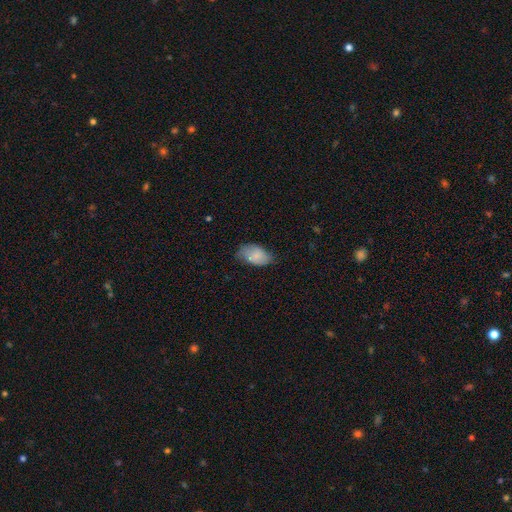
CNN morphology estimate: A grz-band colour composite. It shows a smooth galaxy with no disk features (77%) that is in between round and cigar-shaped (93%). Merging: none (59%).